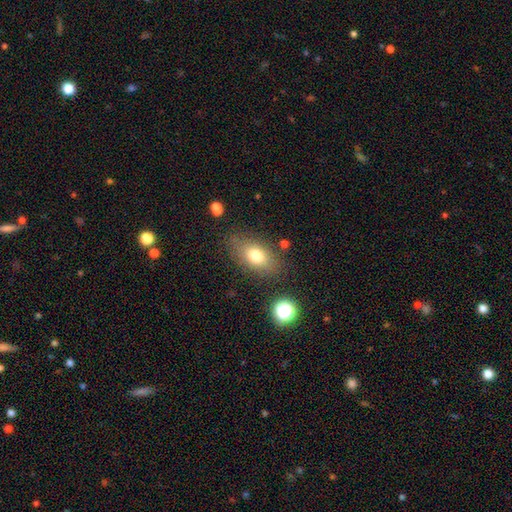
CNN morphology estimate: Smooth or featured? smooth (75%)
How rounded? in between (83%)
Merging? none (78%)